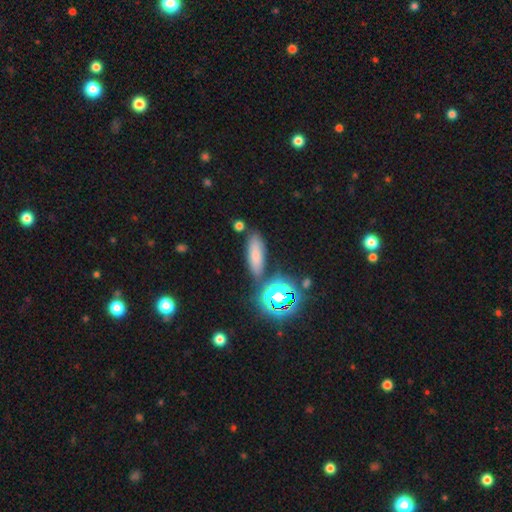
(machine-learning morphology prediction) Smooth or featured? smooth (66%)
How rounded? in between (59%)
Merging? none (75%)